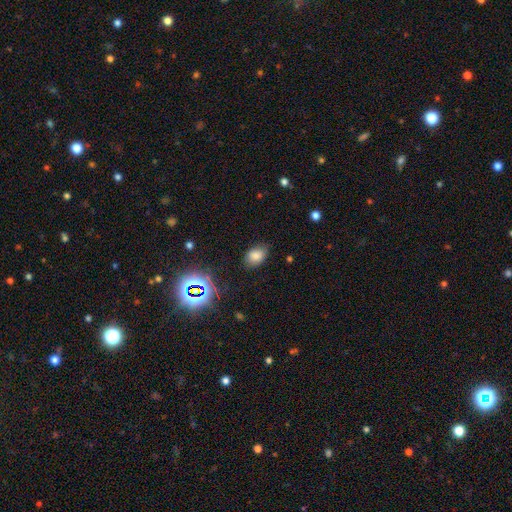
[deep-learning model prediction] smooth_or_featured: smooth (p=0.76) [alt: star or artifact p=0.16]
how_rounded: in between (p=0.81) [alt: round p=0.18]
merging: none (p=0.77) [alt: minor disturbance p=0.17]